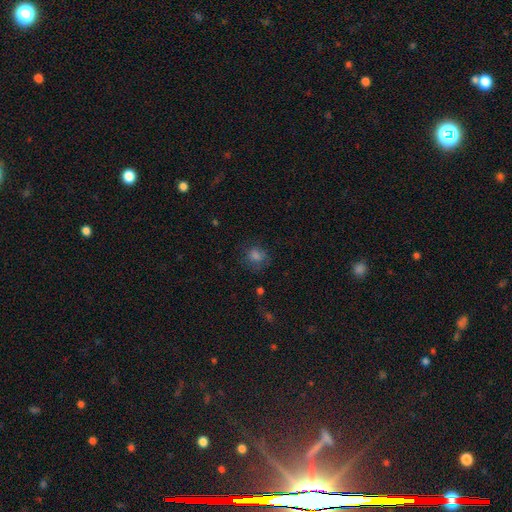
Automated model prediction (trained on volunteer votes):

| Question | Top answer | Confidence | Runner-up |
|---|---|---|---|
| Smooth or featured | smooth | 67% | star or artifact (21%) |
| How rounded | round | 73% | in between (26%) |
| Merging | none | 70% | minor disturbance (18%) |